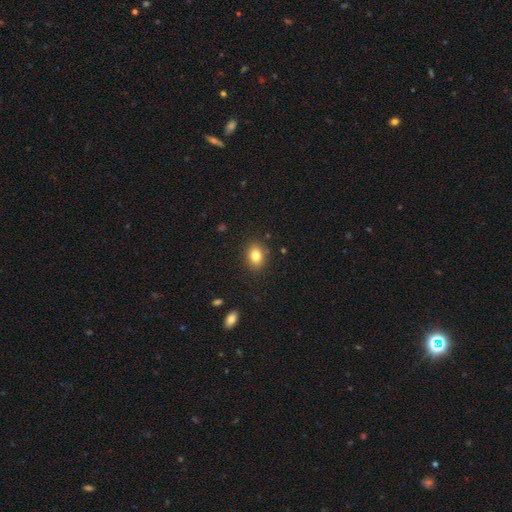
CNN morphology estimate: Overall: smooth (81%). How rounded: in between (61%; round 38%). Merging: none (87%).